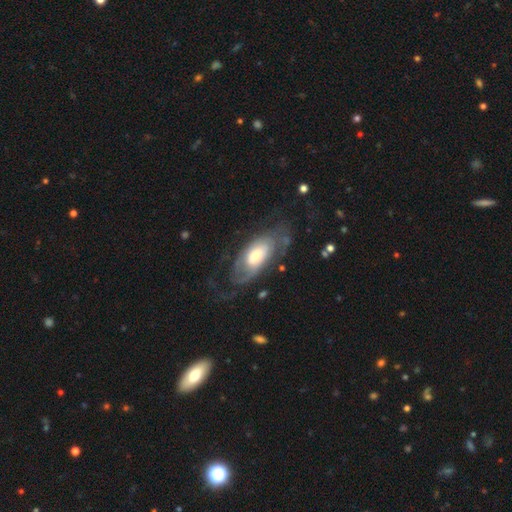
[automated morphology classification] Smooth or featured? Predicted: featured or disk (p=0.72). Edge-on disk? Predicted: no (p=0.91). Bar? Predicted: no (p=0.62). Spiral arms? Predicted: yes (p=0.82). Spiral winding? Predicted: tight (p=0.44). Spiral arm count? Predicted: 2 (p=0.40). Bulge size? Predicted: moderate (p=0.55). Merging? Predicted: none (p=0.56).